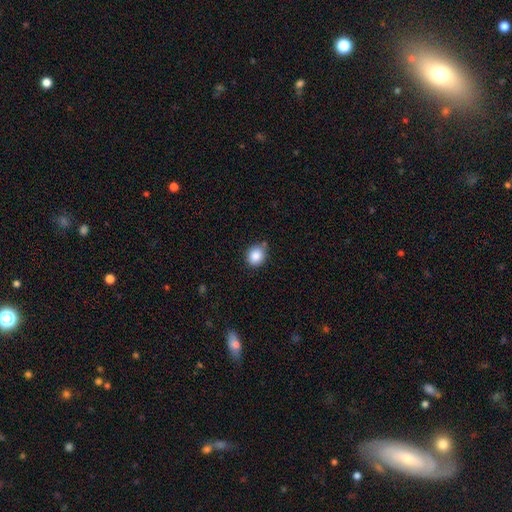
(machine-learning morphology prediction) This appears to be a smooth galaxy with no disk features (87%) that is round (65%). Merging: none (77%).